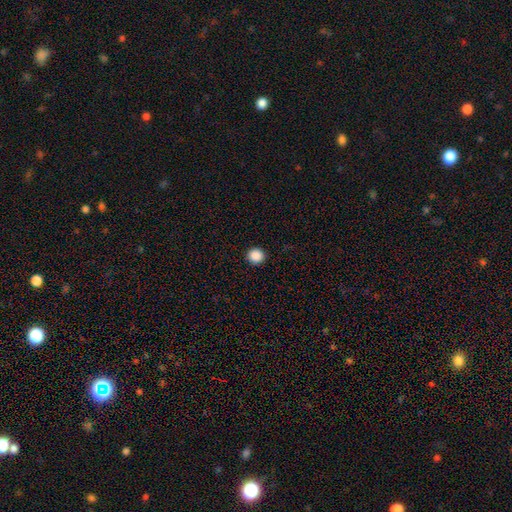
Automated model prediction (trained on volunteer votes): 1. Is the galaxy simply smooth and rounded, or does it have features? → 88% smooth, 10% star or artifact, 2% featured or disk.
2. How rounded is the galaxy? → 92% round, 7% in between, 1% cigar-shaped.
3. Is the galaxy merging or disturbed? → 93% none, 4% minor disturbance, 2% major disturbance, 1% merger.